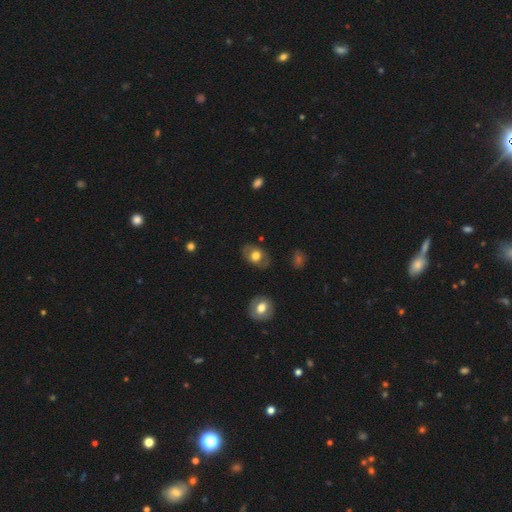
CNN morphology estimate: Smooth or featured? smooth (57%)
How rounded? in between (73%)
Merging? none (80%)